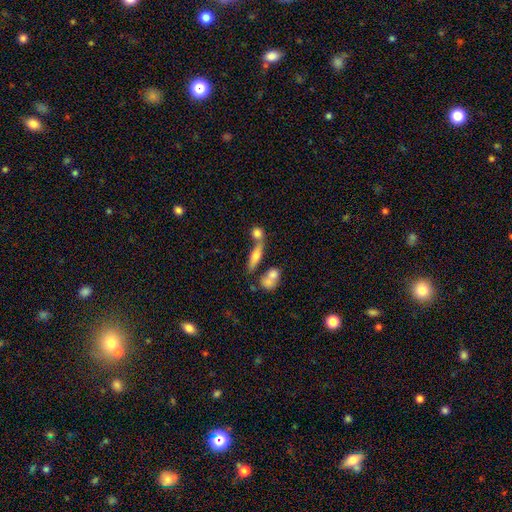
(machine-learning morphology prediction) A smooth galaxy with no disk features (52%) that is cigar-shaped (58%).

Vote fractions:
- Smooth or featured? smooth: 52% / featured or disk: 38% / star or artifact: 10%
- How rounded? cigar-shaped: 58% / in between: 34% / round: 8%
- Merging? none: 50% / merger: 33% / minor disturbance: 11% / major disturbance: 6%